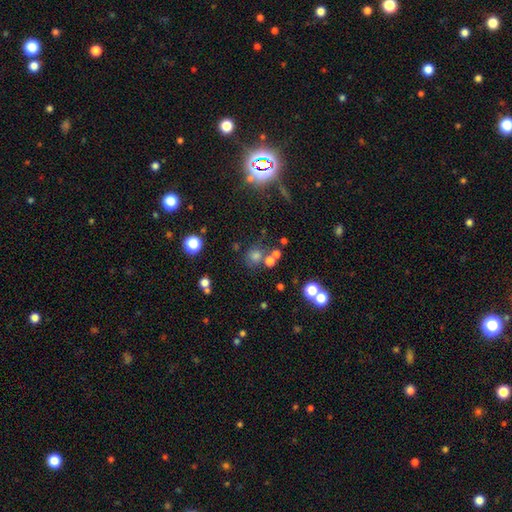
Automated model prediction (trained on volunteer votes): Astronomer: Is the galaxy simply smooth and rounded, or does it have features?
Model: smooth — 62%.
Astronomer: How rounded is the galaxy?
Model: round — 88%.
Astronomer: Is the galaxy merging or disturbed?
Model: none — 68%.